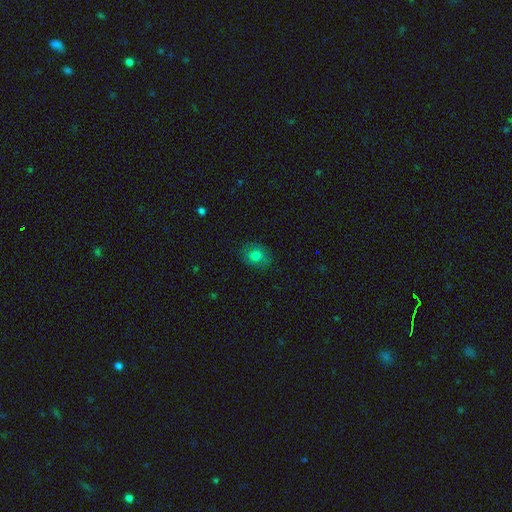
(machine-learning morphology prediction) The model was most divided on "how rounded": round: 53%, in between: 46%, cigar-shaped: 1%. More confident: merging — none (79%); smooth or featured — smooth (77%).